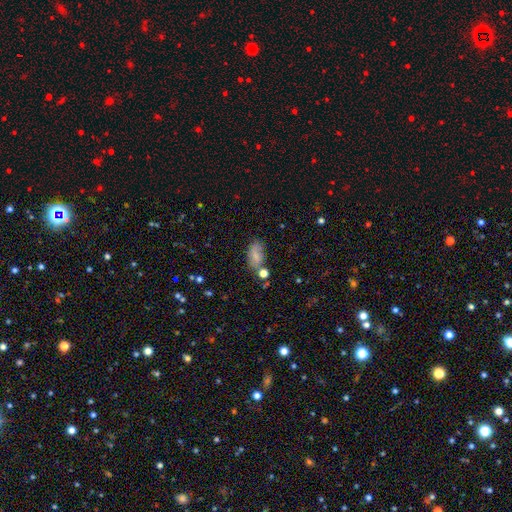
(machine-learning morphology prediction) A smooth galaxy with no disk features (68%) that is in between round and cigar-shaped (89%).

Vote fractions:
- Smooth or featured? smooth: 68% / featured or disk: 21% / star or artifact: 11%
- How rounded? in between: 89% / round: 7% / cigar-shaped: 3%
- Merging? none: 60% / minor disturbance: 22% / merger: 11% / major disturbance: 7%